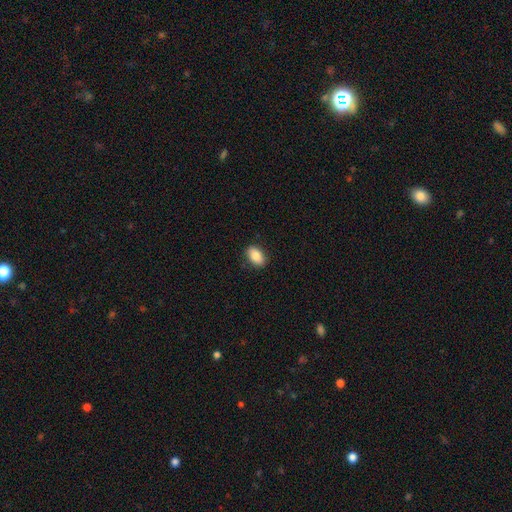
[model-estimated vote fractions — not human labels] Smooth or featured: smooth — 85% (featured or disk — 8%)
How rounded: in between — 89% (round — 9%)
Merging: none — 87% (minor disturbance — 10%)